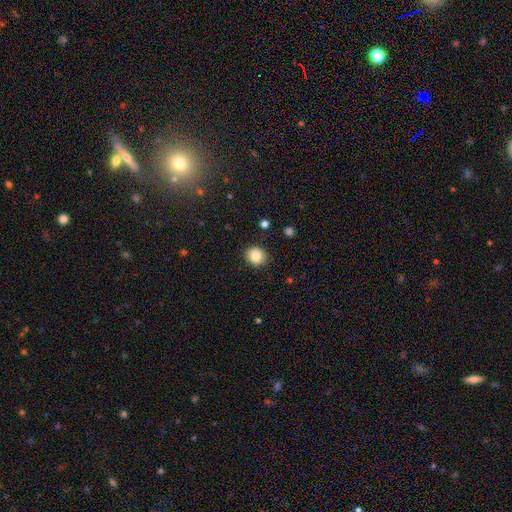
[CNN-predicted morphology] Smooth or featured: smooth — 83% (star or artifact — 9%)
How rounded: round — 66% (in between — 33%)
Merging: none — 88% (minor disturbance — 8%)